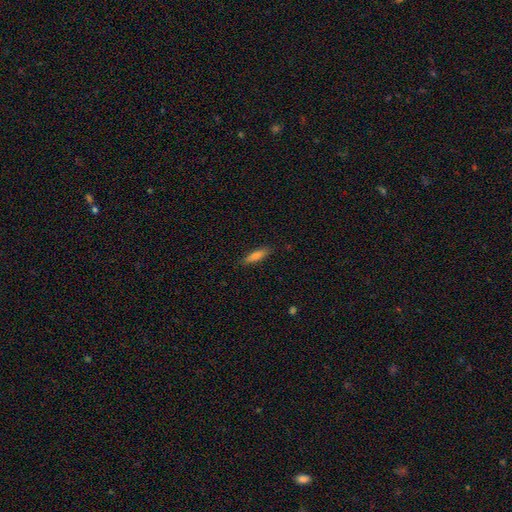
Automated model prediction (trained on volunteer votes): This appears to be a smooth galaxy with no disk features (64%) that is cigar-shaped (76%). Merging: none (87%).